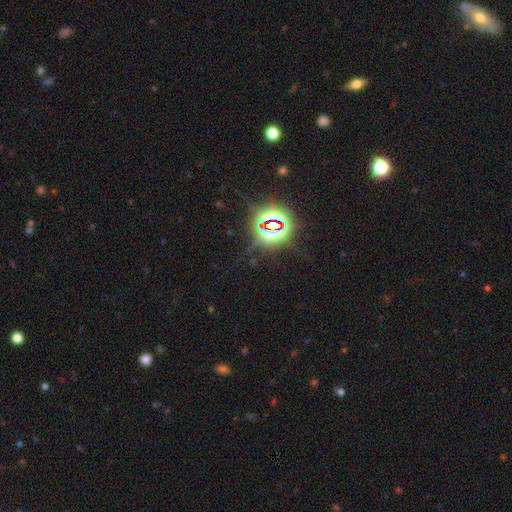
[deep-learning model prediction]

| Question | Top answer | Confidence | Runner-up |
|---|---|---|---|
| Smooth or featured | star or artifact | 83% | smooth (11%) |